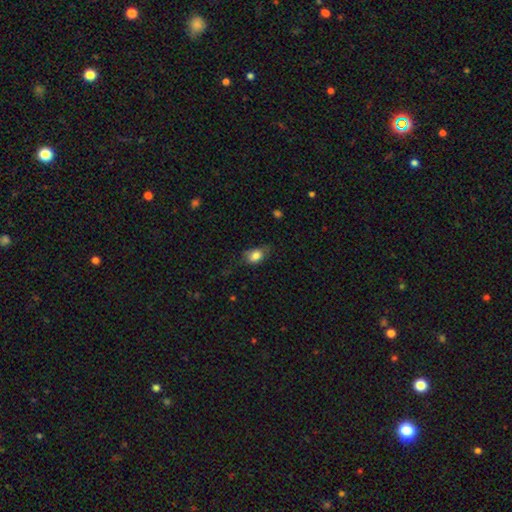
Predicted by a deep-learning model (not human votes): smooth_or_featured: smooth (p=0.81) [alt: featured or disk p=0.10]
how_rounded: in between (p=0.74) [alt: round p=0.23]
merging: none (p=0.56) [alt: minor disturbance p=0.30]